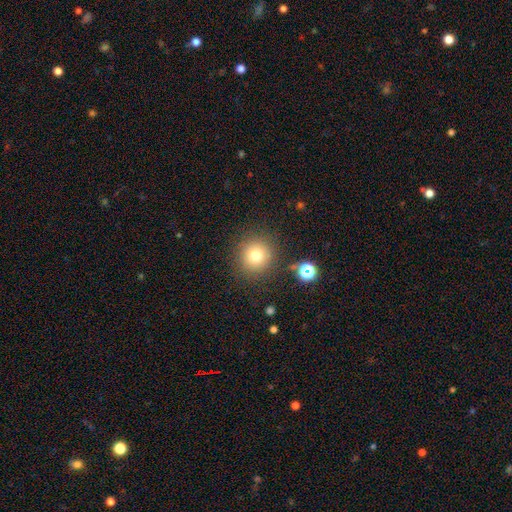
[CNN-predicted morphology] Smooth or featured? Predicted: smooth (p=0.76). How rounded? Predicted: round (p=0.93). Merging? Predicted: none (p=0.86).